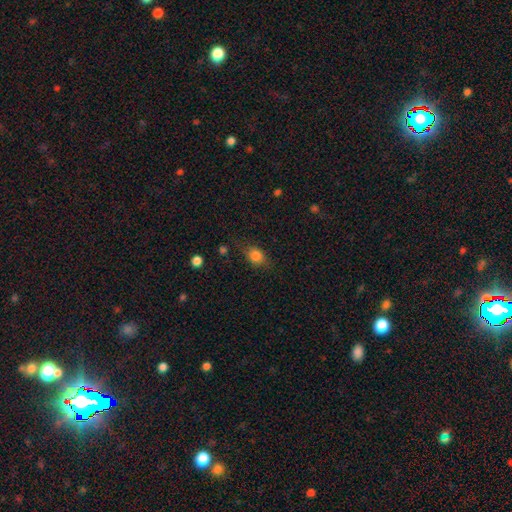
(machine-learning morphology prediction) This is clearly a smooth galaxy (81%). How rounded: possibly in between (59%). Merging: likely none (71%).